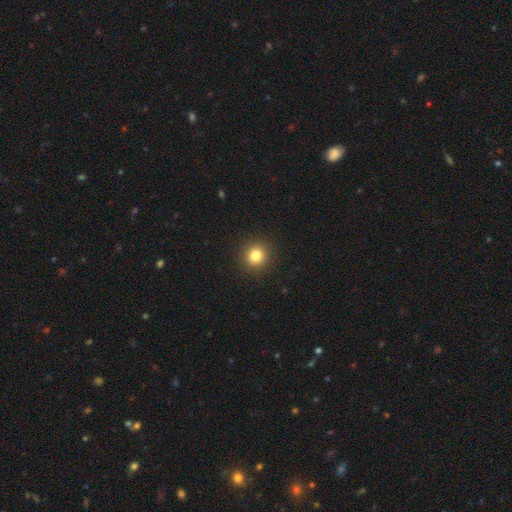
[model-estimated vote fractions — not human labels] smooth_or_featured: smooth (p=0.81) [alt: star or artifact p=0.12]
how_rounded: round (p=0.90) [alt: in between p=0.09]
merging: none (p=0.92) [alt: minor disturbance p=0.05]